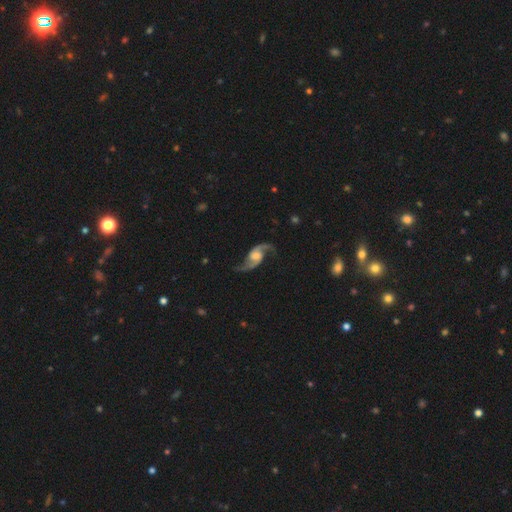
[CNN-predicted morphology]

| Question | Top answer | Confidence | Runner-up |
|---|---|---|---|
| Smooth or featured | featured or disk | 92% | star or artifact (4%) |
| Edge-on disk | no | 97% | yes (3%) |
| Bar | weak | 45% | no (43%) |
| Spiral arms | yes | 98% | no (2%) |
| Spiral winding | loose | 69% | medium (26%) |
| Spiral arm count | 2 | 94% | 1 (1%) |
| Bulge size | moderate | 40% | small (23%) |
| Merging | none | 78% | minor disturbance (14%) |